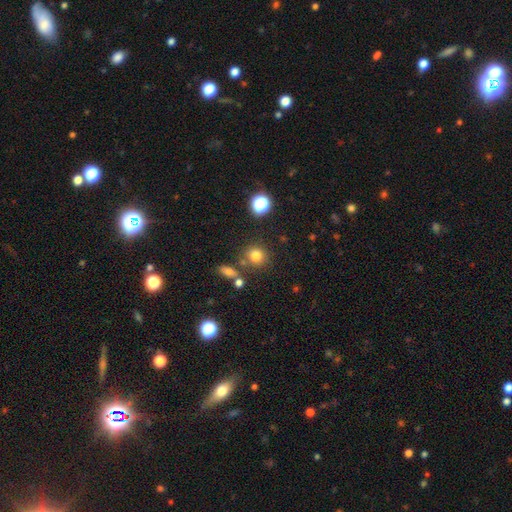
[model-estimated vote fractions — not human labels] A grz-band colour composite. It shows a smooth galaxy with no disk features (77%) that is round (86%). Merging: none (77%).